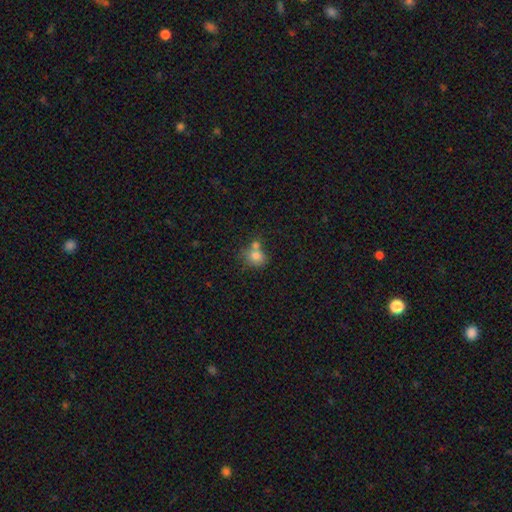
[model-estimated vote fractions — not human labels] A smooth galaxy with no disk features (78%) that is round (62%). Merging: merger (43%).